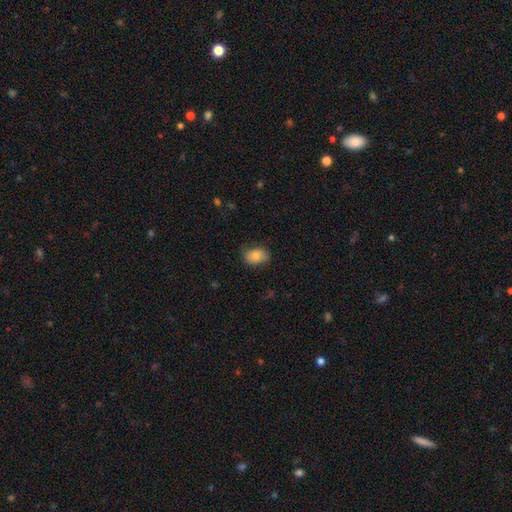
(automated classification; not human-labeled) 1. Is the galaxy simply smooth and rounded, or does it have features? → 81% smooth, 12% featured or disk, 8% star or artifact.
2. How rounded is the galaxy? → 80% in between, 19% round, 1% cigar-shaped.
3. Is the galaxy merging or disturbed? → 72% none, 21% minor disturbance, 6% major disturbance, 1% merger.